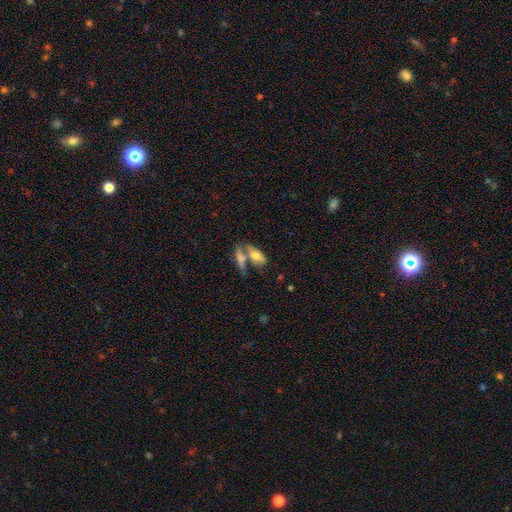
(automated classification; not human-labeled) A smooth galaxy with no disk features (68%) that is in between round and cigar-shaped (78%).

Vote fractions:
- Smooth or featured? smooth: 68% / featured or disk: 25% / star or artifact: 7%
- How rounded? in between: 78% / cigar-shaped: 18% / round: 3%
- Merging? merger: 48% / none: 35% / minor disturbance: 11% / major disturbance: 6%